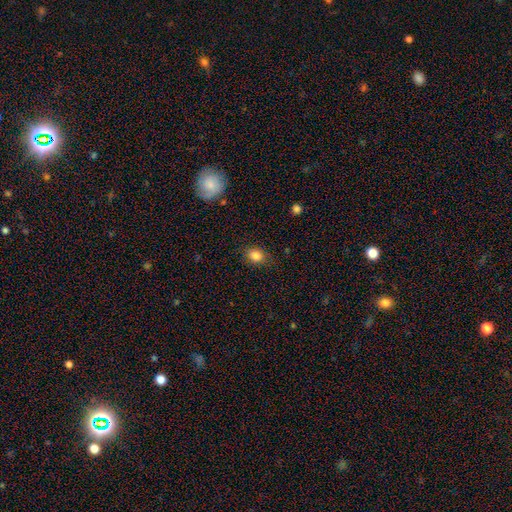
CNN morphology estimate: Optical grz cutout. It shows a smooth galaxy with no disk features (84%) that is in between round and cigar-shaped (58%). Merging: none (81%).